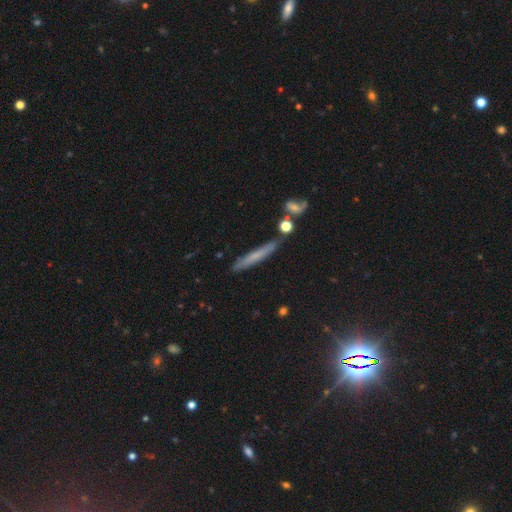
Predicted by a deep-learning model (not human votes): This is possibly a smooth galaxy (57%). How rounded: clearly cigar-shaped (93%). Merging: clearly none (81%).